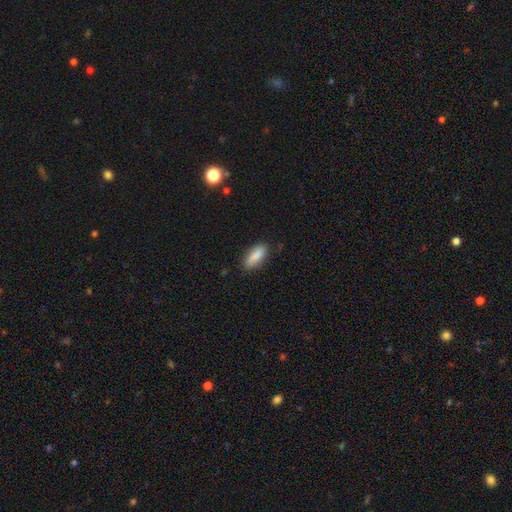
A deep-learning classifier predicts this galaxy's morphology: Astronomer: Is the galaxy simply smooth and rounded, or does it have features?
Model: smooth — 88%.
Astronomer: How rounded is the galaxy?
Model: in between — 77%.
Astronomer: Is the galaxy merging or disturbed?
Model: none — 80%.